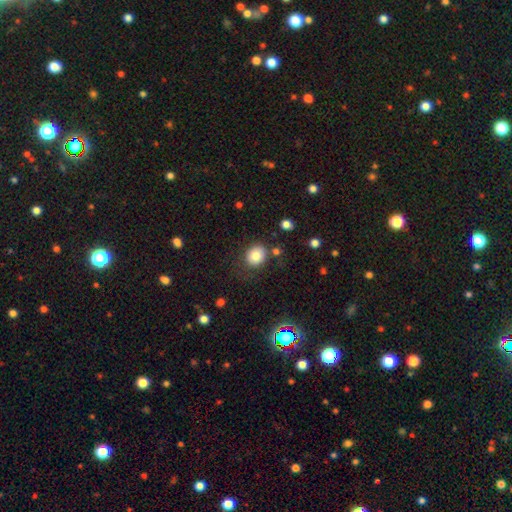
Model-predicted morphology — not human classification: A smooth galaxy with no disk features (81%) that is round (69%).

Vote fractions:
- Smooth or featured? smooth: 81% / star or artifact: 10% / featured or disk: 9%
- How rounded? round: 69% / in between: 31% / cigar-shaped: 1%
- Merging? none: 75% / minor disturbance: 14% / major disturbance: 6% / merger: 5%